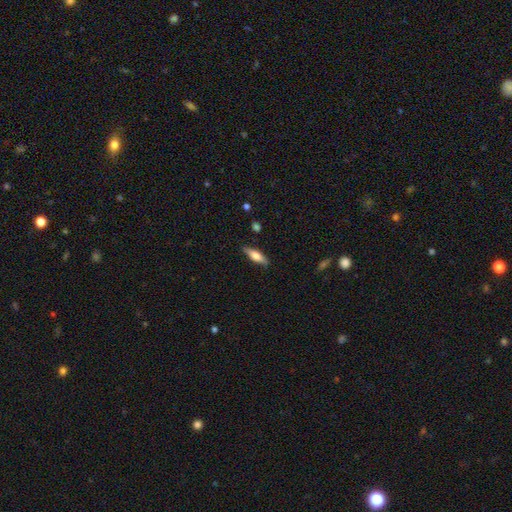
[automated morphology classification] type=smooth (65%); roundness=cigar-shaped (49%, tied with in between); merging=none (85%).